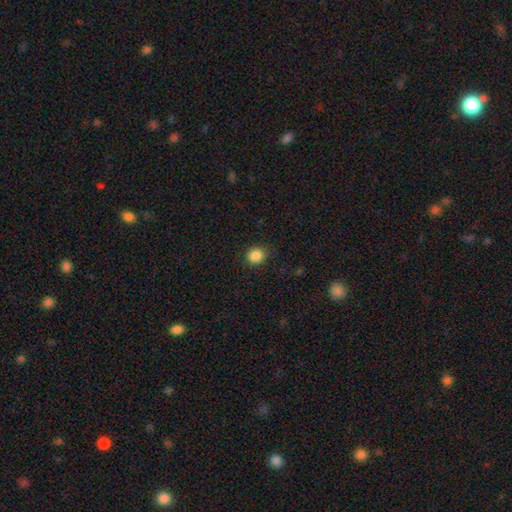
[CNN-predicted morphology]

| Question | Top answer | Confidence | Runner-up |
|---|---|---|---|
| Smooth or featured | smooth | 87% | star or artifact (10%) |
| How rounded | round | 79% | in between (20%) |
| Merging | none | 88% | minor disturbance (8%) |